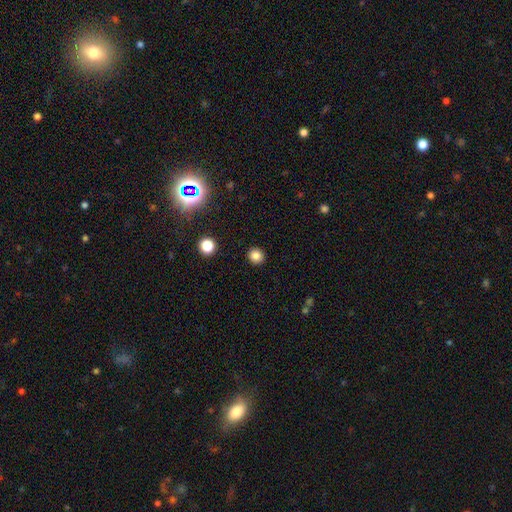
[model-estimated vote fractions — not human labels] Smooth or featured: smooth — 84% (star or artifact — 12%)
How rounded: round — 90% (in between — 9%)
Merging: none — 92% (minor disturbance — 5%)